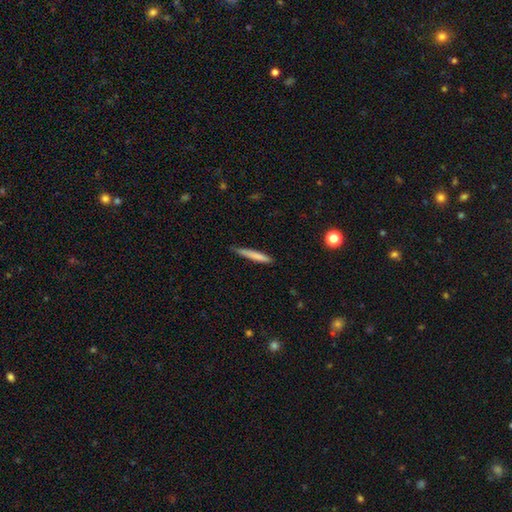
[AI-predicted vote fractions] A smooth galaxy with no disk features (78%) that is cigar-shaped (94%).

Vote fractions:
- Smooth or featured? smooth: 78% / featured or disk: 16% / star or artifact: 6%
- How rounded? cigar-shaped: 94% / in between: 5% / round: 1%
- Merging? none: 79% / minor disturbance: 17% / major disturbance: 2% / merger: 1%